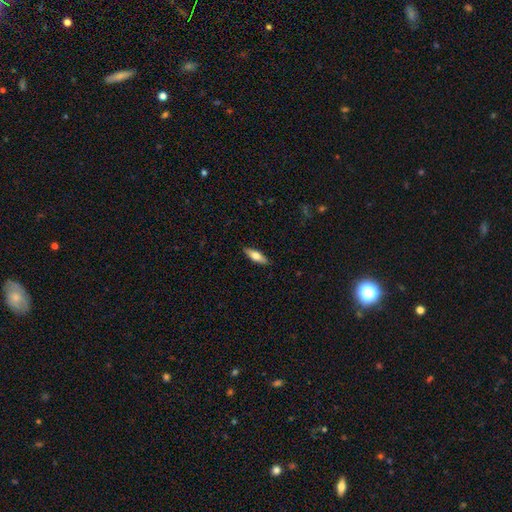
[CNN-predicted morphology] A smooth galaxy with no disk features (64%) that is in between round and cigar-shaped (53%). Merging: none (89%).